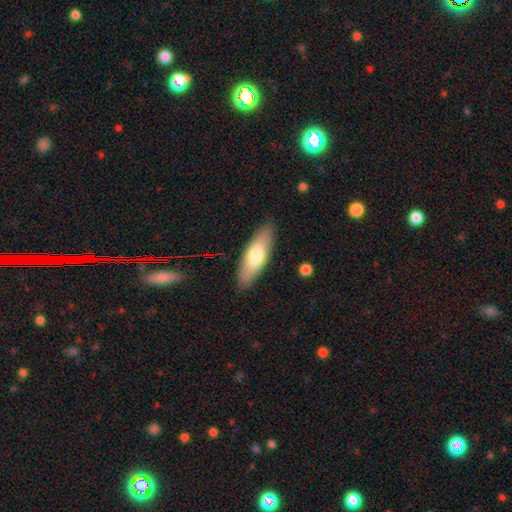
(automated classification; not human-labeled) The model was most divided on "how rounded": in between: 57%, cigar-shaped: 41%, round: 2%. More confident: merging — none (87%); smooth or featured — smooth (72%).